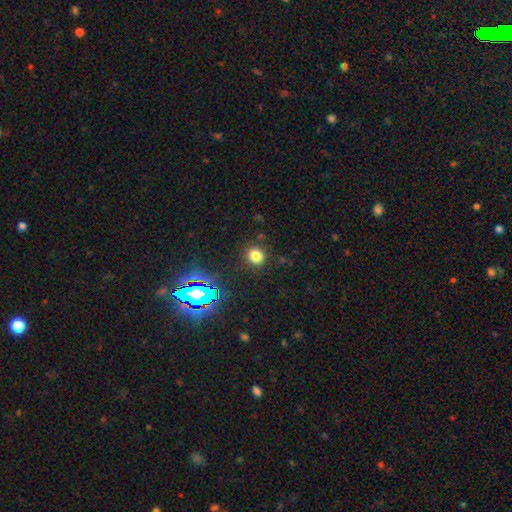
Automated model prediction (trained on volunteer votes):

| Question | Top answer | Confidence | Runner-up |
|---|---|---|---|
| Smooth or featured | smooth | 76% | star or artifact (18%) |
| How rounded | round | 83% | in between (16%) |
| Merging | none | 89% | minor disturbance (7%) |